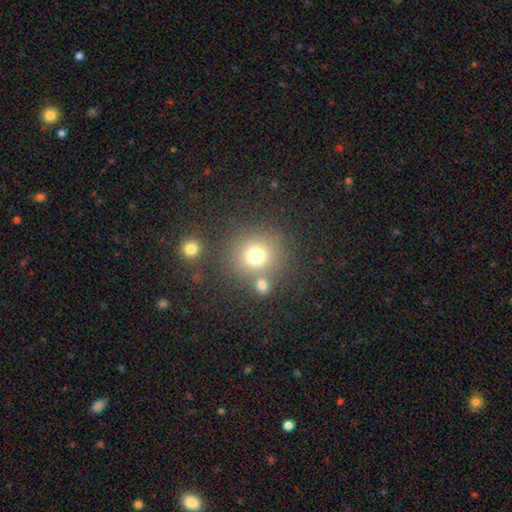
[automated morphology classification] This appears to be a smooth galaxy with no disk features (74%) that is round (89%). Merging: none (69%).